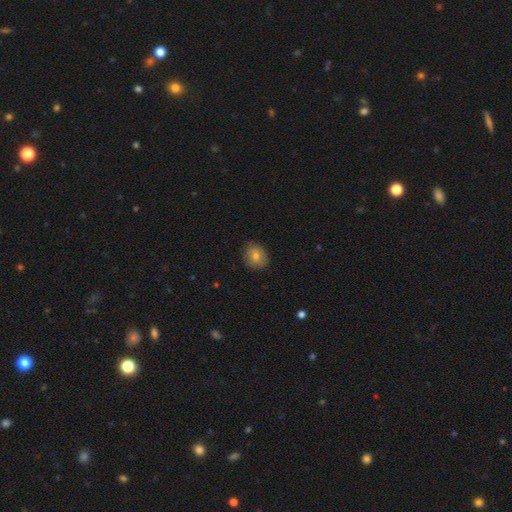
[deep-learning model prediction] Q: Smooth or featured?
A: smooth (72%); runner-up: featured or disk (17%)
Q: How rounded?
A: round (68%); runner-up: in between (31%)
Q: Merging?
A: none (83%); runner-up: minor disturbance (13%)